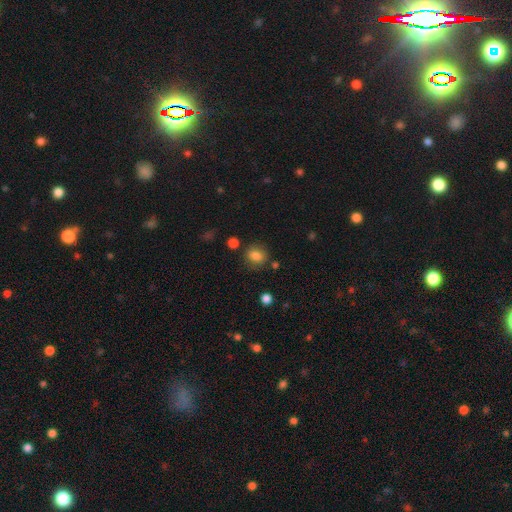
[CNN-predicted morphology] type=smooth (83%); roundness=round (59%); merging=none (76%).